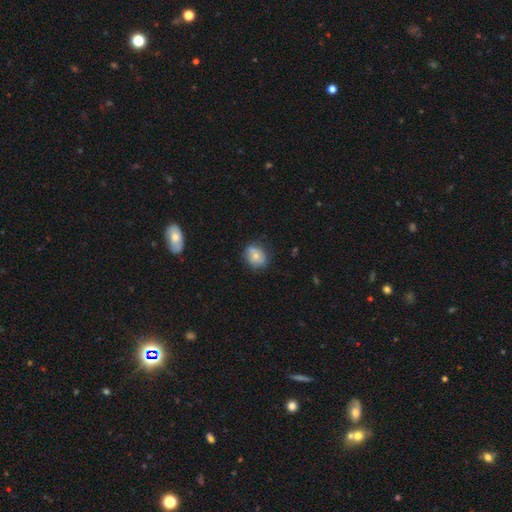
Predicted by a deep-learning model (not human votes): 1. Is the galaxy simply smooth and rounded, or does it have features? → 67% smooth, 24% featured or disk, 9% star or artifact.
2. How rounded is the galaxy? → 63% round, 36% in between, 1% cigar-shaped.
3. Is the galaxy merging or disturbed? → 70% none, 23% minor disturbance, 5% major disturbance, 2% merger.